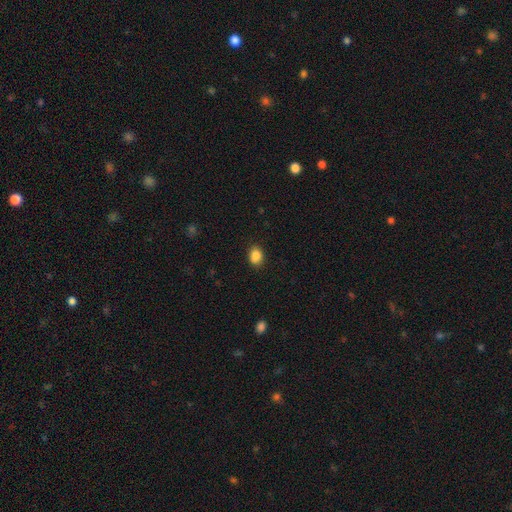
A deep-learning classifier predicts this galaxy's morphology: A smooth galaxy with no disk features (88%) that is in between round and cigar-shaped (64%).

Vote fractions:
- Smooth or featured? smooth: 88% / star or artifact: 9% / featured or disk: 3%
- How rounded? in between: 64% / round: 35% / cigar-shaped: 1%
- Merging? none: 87% / minor disturbance: 10% / major disturbance: 2% / merger: 1%